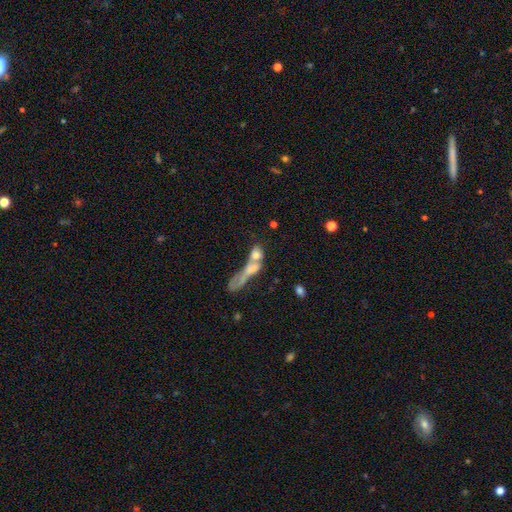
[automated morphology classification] Smooth or featured?
  - smooth: 42% *
  - featured or disk: 37%
  - star or artifact: 21%
Merging?
  - none: 41% *
  - merger: 37%
  - minor disturbance: 11%
  - major disturbance: 10%